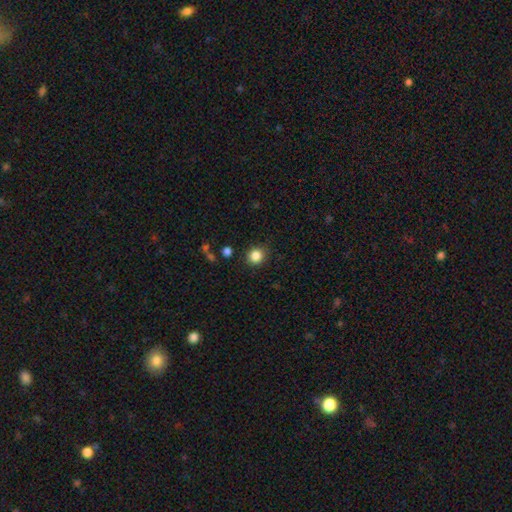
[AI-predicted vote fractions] smooth-or-featured: smooth: 85% | star or artifact: 11% | featured or disk: 4%
  how-rounded: round: 87% | in between: 12% | cigar-shaped: 1%
  merging: none: 87% | minor disturbance: 8% | major disturbance: 3% | merger: 2%